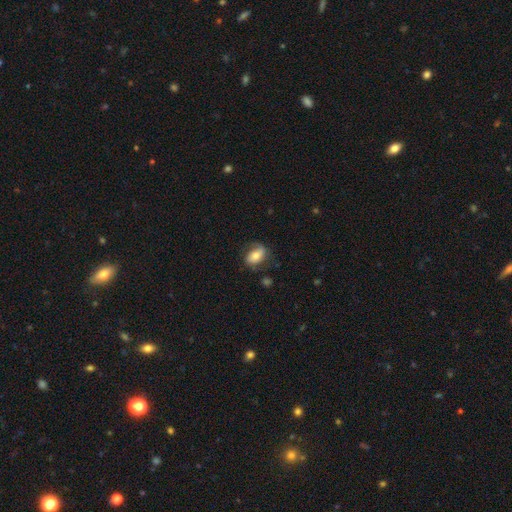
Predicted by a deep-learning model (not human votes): The model was most divided on "smooth or featured": smooth: 60%, featured or disk: 32%, star or artifact: 8%. More confident: how rounded — in between (85%); merging — none (61%).